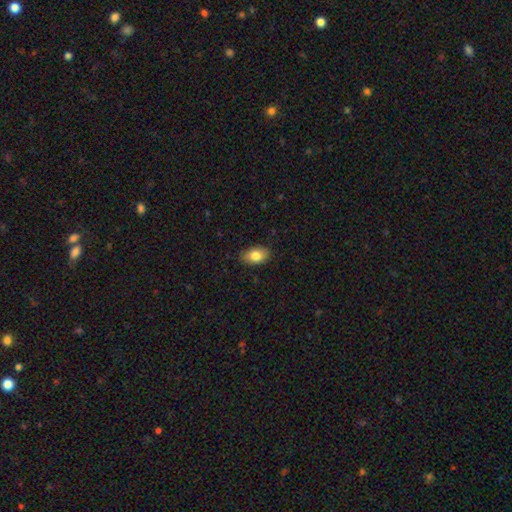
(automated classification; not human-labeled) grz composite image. It shows a smooth galaxy with no disk features (83%) that is in between round and cigar-shaped (89%). Merging: none (84%).